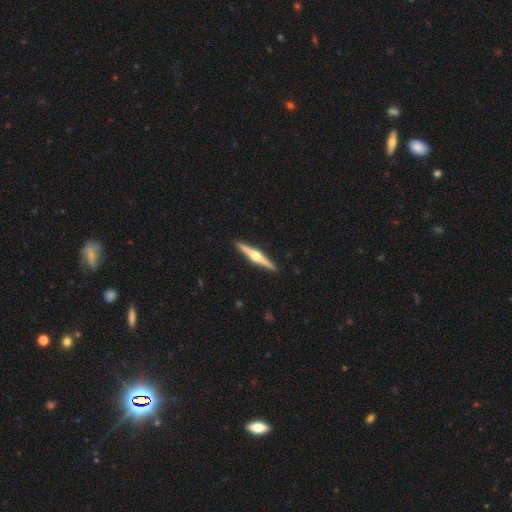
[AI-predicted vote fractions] Morphology: type=featured or disk (80%); edge-on=yes (98%); edge-on bulge=rounded (95%); merging=none (93%).